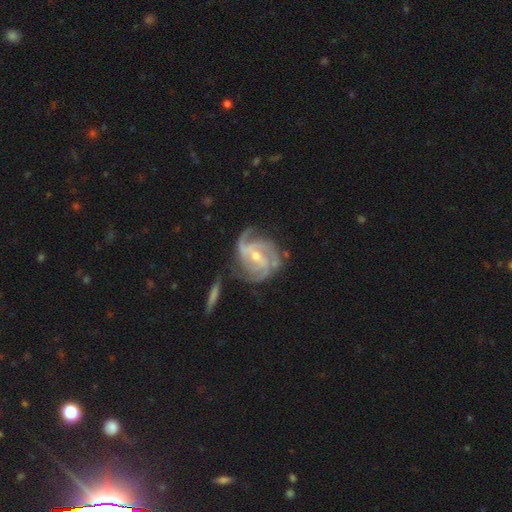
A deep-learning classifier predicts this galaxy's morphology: smooth_or_featured: featured or disk (p=0.91) [alt: star or artifact p=0.05]
disk_edge_on: no (p=0.98) [alt: yes p=0.02]
bar: weak (p=0.47) [alt: no p=0.27]
has_spiral_arms: yes (p=0.98) [alt: no p=0.02]
spiral_winding: tight (p=0.48) [alt: medium p=0.42]
spiral_arm_count: 3 (p=0.44) [alt: 2 p=0.17]
bulge_size: small (p=0.51) [alt: moderate p=0.46]
merging: none (p=0.65) [alt: minor disturbance p=0.21]